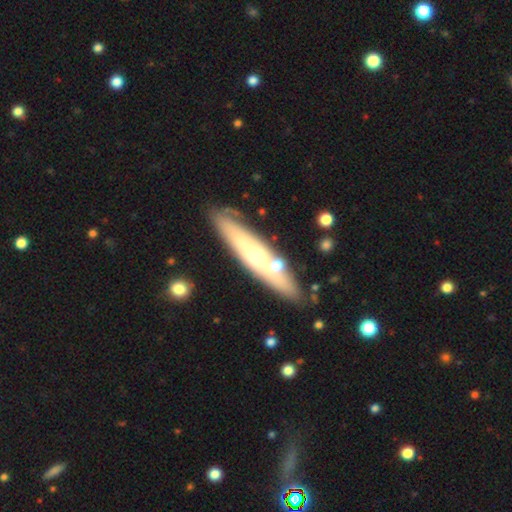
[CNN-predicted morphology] Overall: featured or disk (52%; smooth 42%). Edge-on disk: yes (67%; no 33%). Merging: none (78%).